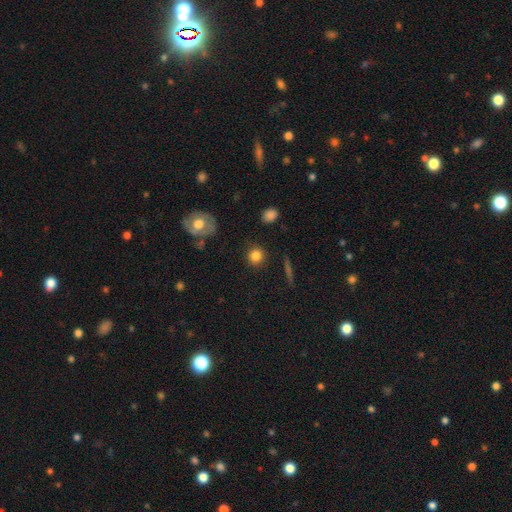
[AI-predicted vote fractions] smooth 83%, star or artifact 9%, featured or disk 7%. Down the decision tree: how rounded — round (91%); merging — none (87%).